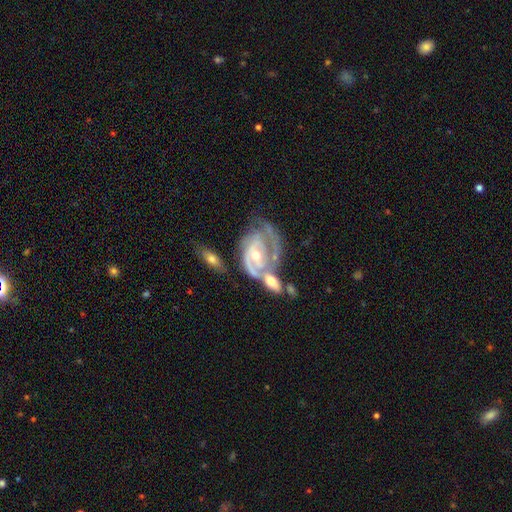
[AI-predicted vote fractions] Smooth or featured? featured or disk (88%)
Edge-on disk? no (97%)
Bar? no (53%)
Spiral arms? yes (93%)
Spiral winding? tight (56%)
Spiral arm count? 2 (51%)
Bulge size? moderate (54%)
Merging? merger (40%)